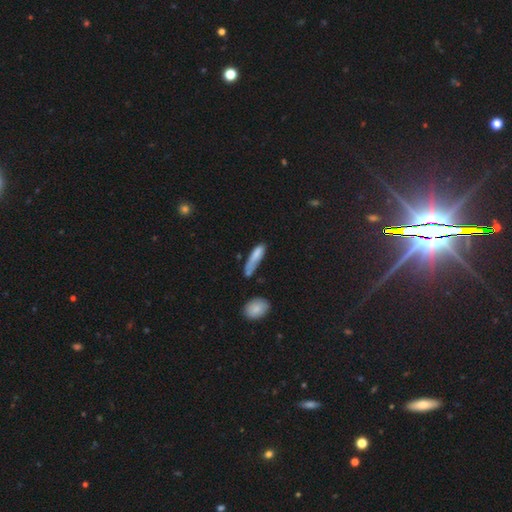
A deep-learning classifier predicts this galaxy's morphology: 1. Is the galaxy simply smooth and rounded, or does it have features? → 76% smooth, 16% featured or disk, 8% star or artifact.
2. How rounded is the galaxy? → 71% cigar-shaped, 26% in between, 2% round.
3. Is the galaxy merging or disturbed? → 38% none, 31% minor disturbance, 18% major disturbance, 12% merger.